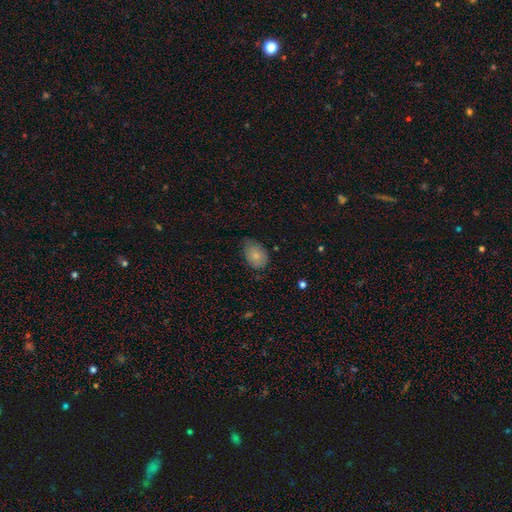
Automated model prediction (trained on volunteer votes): smooth-or-featured: smooth: 81% | featured or disk: 12% | star or artifact: 7%
  how-rounded: in between: 80% | round: 18% | cigar-shaped: 1%
  merging: none: 64% | minor disturbance: 30% | major disturbance: 5% | merger: 1%